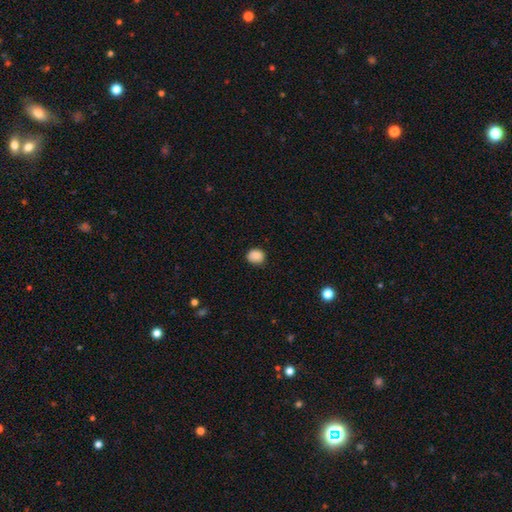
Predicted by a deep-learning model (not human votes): Q: Smooth or featured?
A: smooth (86%); runner-up: star or artifact (9%)
Q: How rounded?
A: round (71%); runner-up: in between (28%)
Q: Merging?
A: none (82%); runner-up: minor disturbance (15%)